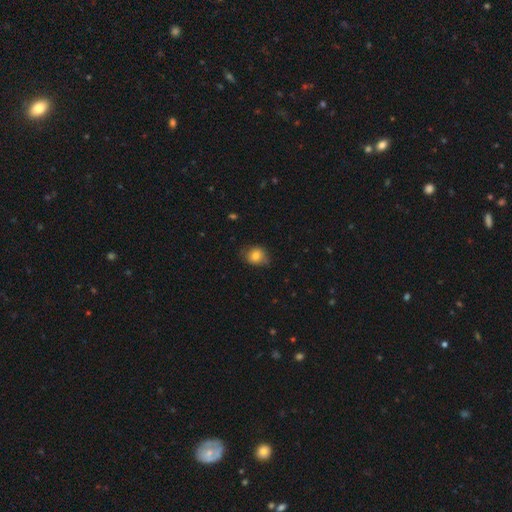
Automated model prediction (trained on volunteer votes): Smooth or featured? Predicted: smooth (p=0.78). How rounded? Predicted: round (p=0.64). Merging? Predicted: none (p=0.70).